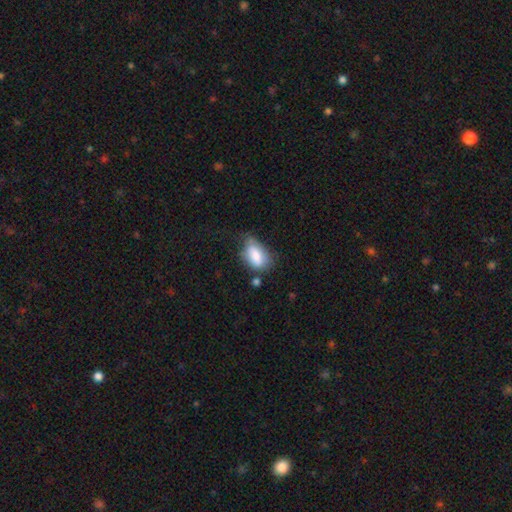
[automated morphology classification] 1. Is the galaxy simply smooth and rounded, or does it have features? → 79% smooth, 14% featured or disk, 7% star or artifact.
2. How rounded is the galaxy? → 89% in between, 8% round, 3% cigar-shaped.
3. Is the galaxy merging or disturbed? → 42% none, 37% minor disturbance, 13% major disturbance, 8% merger.